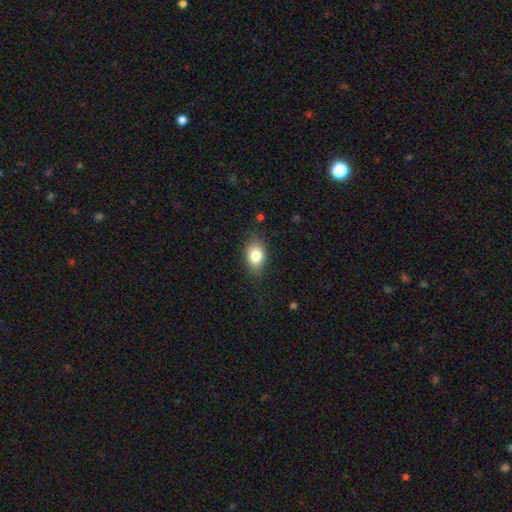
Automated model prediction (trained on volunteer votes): Smooth or featured?
  - smooth: 80% *
  - featured or disk: 11%
  - star or artifact: 8%
How rounded?
  - in between: 82% *
  - round: 16%
  - cigar-shaped: 2%
Merging?
  - none: 79% *
  - minor disturbance: 16%
  - major disturbance: 4%
  - merger: 1%